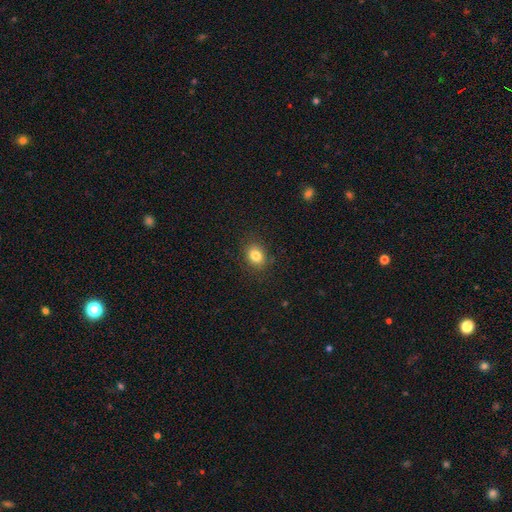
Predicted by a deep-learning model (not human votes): Q: Smooth or featured?
A: smooth (82%); runner-up: star or artifact (11%)
Q: How rounded?
A: in between (53%); runner-up: round (46%)
Q: Merging?
A: none (85%); runner-up: minor disturbance (10%)